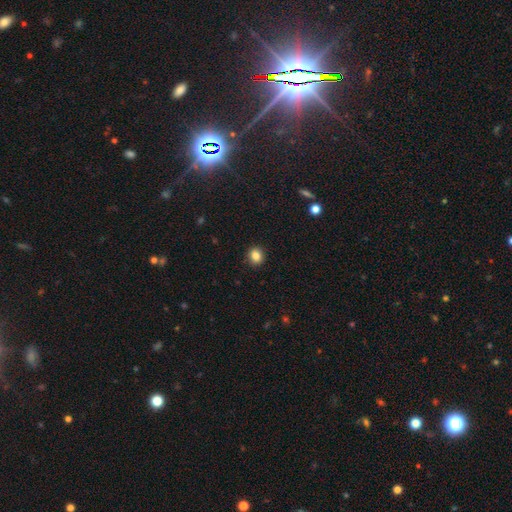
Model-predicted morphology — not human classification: Q: Smooth or featured?
A: smooth (84%); runner-up: star or artifact (11%)
Q: How rounded?
A: round (81%); runner-up: in between (18%)
Q: Merging?
A: none (92%); runner-up: minor disturbance (6%)